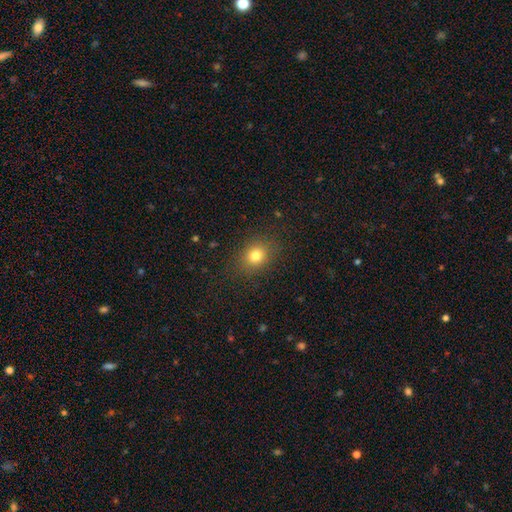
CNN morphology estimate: A smooth galaxy with no disk features (79%) that is round (60%). Merging: none (85%).